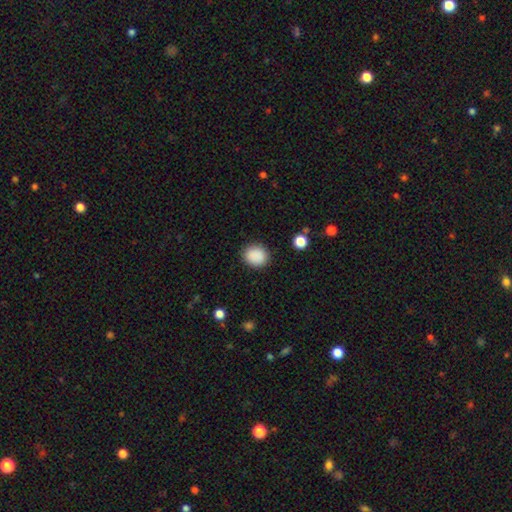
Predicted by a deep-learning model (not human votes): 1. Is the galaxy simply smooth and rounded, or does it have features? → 89% smooth, 8% star or artifact, 3% featured or disk.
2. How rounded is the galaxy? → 65% round, 34% in between, 1% cigar-shaped.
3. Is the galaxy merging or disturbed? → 88% none, 9% minor disturbance, 3% major disturbance, 1% merger.